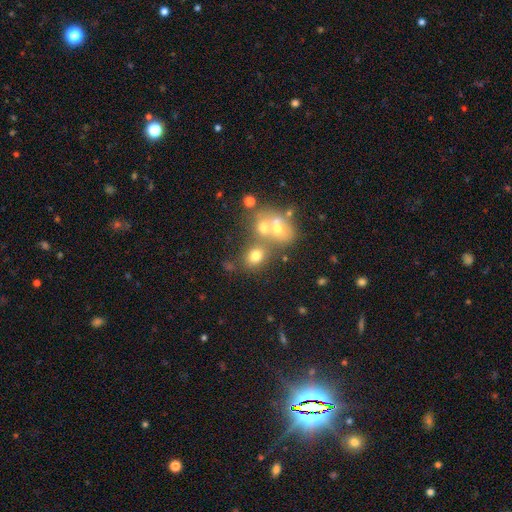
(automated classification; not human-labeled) Smooth or featured?
  - smooth: 69% *
  - star or artifact: 16%
  - featured or disk: 16%
How rounded?
  - round: 56% *
  - in between: 43%
  - cigar-shaped: 1%
Merging?
  - none: 49% *
  - merger: 36%
  - minor disturbance: 10%
  - major disturbance: 5%